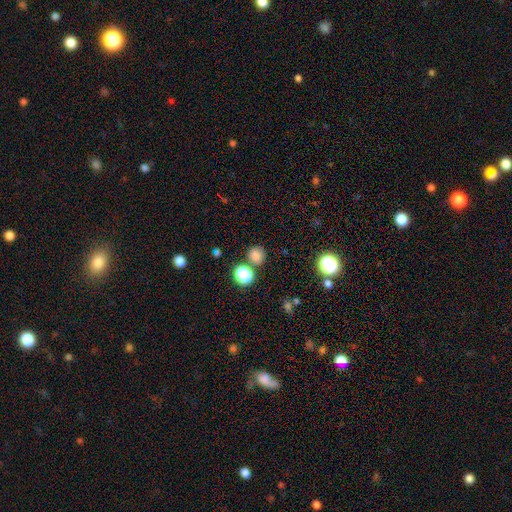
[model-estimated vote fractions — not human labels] A smooth galaxy with no disk features (76%) that is round (82%). Merging: none (80%).